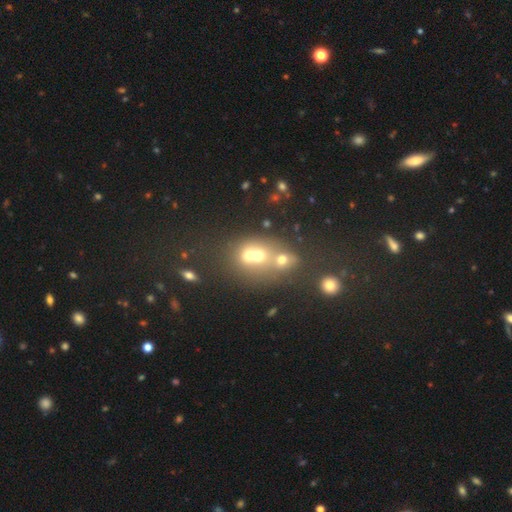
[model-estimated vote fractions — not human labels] smooth 48%, star or artifact 27%, featured or disk 25%. Down the decision tree: merging — merger (58%).